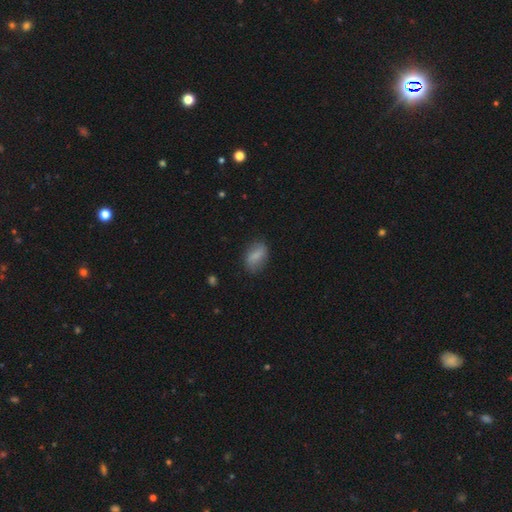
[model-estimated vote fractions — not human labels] Smooth or featured: smooth — 73% (featured or disk — 19%)
How rounded: in between — 82% (round — 12%)
Merging: none — 77% (minor disturbance — 17%)